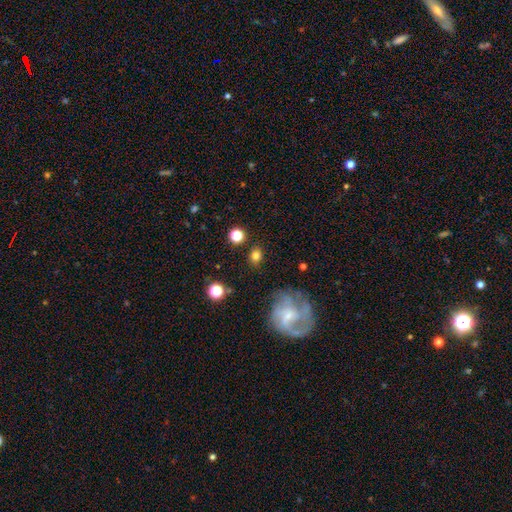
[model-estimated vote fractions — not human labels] smooth 75%, star or artifact 12%, featured or disk 12%. Down the decision tree: how rounded — round (58%); merging — none (84%).